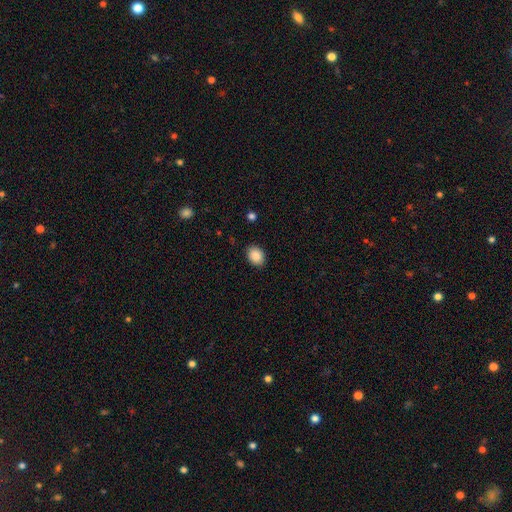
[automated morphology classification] smooth-or-featured: smooth: 89% | star or artifact: 8% | featured or disk: 3%
  how-rounded: in between: 64% | round: 35% | cigar-shaped: 1%
  merging: none: 89% | minor disturbance: 8% | major disturbance: 2% | merger: 1%